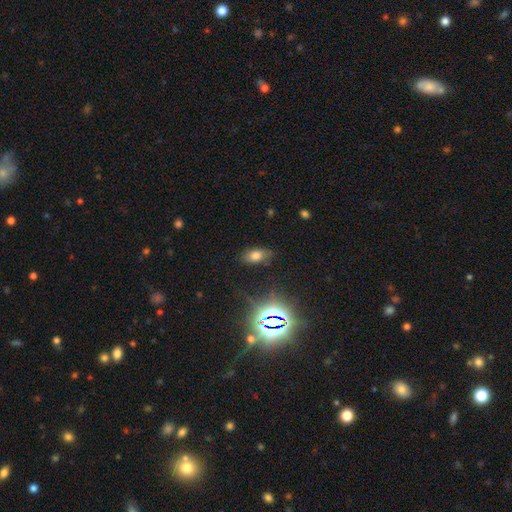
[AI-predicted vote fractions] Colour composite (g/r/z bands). It shows a smooth galaxy with no disk features (67%) that is in between round and cigar-shaped (88%). Merging: none (78%).